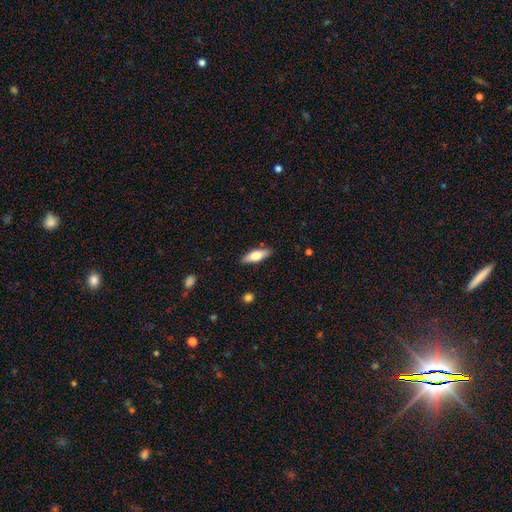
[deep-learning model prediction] This appears to be a smooth galaxy with no disk features (59%) that is in between round and cigar-shaped (55%). Merging: none (88%).